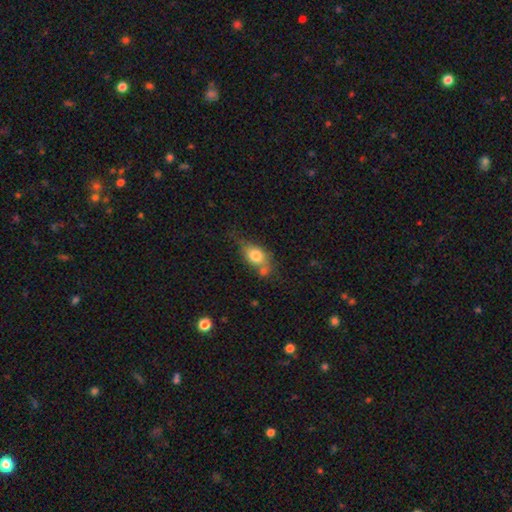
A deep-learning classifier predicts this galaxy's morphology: smooth-or-featured: smooth: 75% | featured or disk: 16% | star or artifact: 9%
  how-rounded: in between: 73% | round: 23% | cigar-shaped: 4%
  merging: none: 45% | minor disturbance: 26% | merger: 19% | major disturbance: 10%